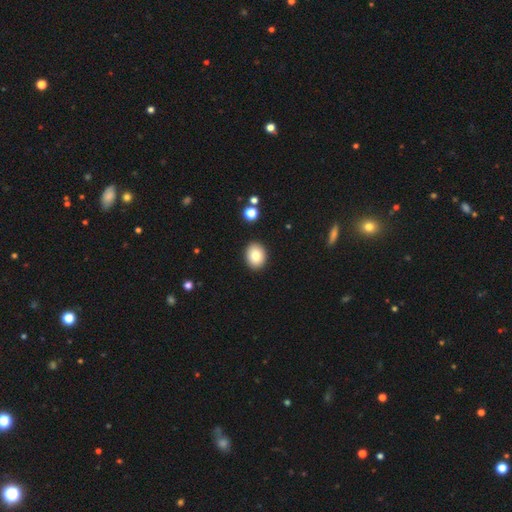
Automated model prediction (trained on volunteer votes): Overall: smooth (82%). How rounded: in between (51%; round 48%). Merging: none (90%).